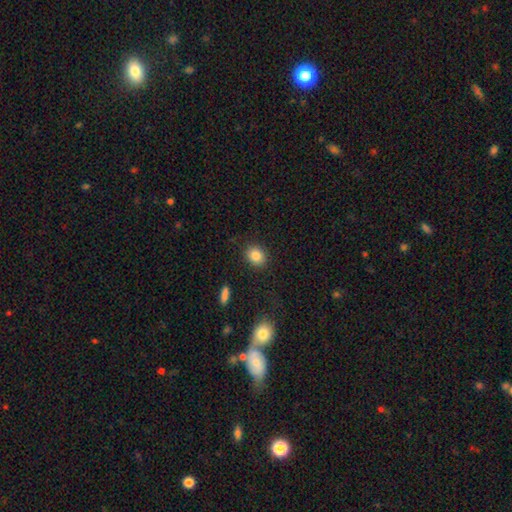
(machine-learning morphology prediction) smooth_or_featured: smooth (p=0.85) [alt: star or artifact p=0.09]
how_rounded: round (p=0.57) [alt: in between p=0.42]
merging: none (p=0.87) [alt: minor disturbance p=0.08]